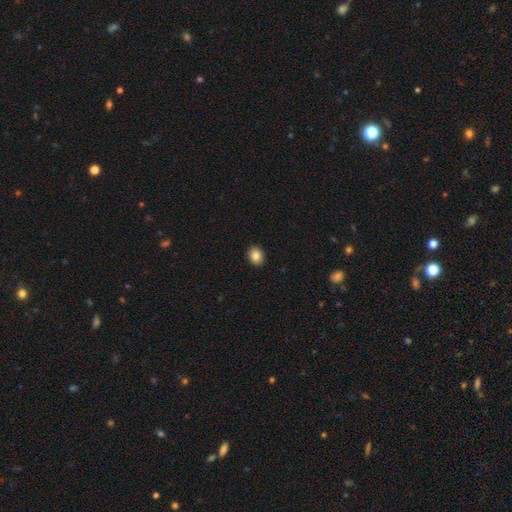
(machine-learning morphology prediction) smooth-or-featured: smooth: 85% | star or artifact: 9% | featured or disk: 6%
  how-rounded: round: 62% | in between: 37% | cigar-shaped: 1%
  merging: none: 92% | minor disturbance: 6% | major disturbance: 2% | merger: 1%